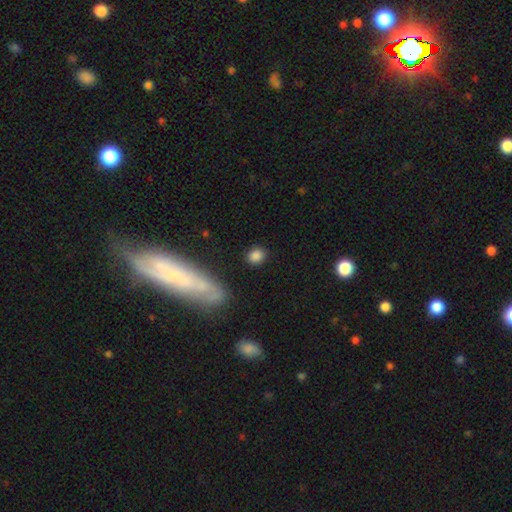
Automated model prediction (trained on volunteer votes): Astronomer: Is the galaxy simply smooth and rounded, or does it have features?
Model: smooth — 85%.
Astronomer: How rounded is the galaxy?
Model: round — 66%.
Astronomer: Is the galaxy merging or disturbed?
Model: none — 85%.